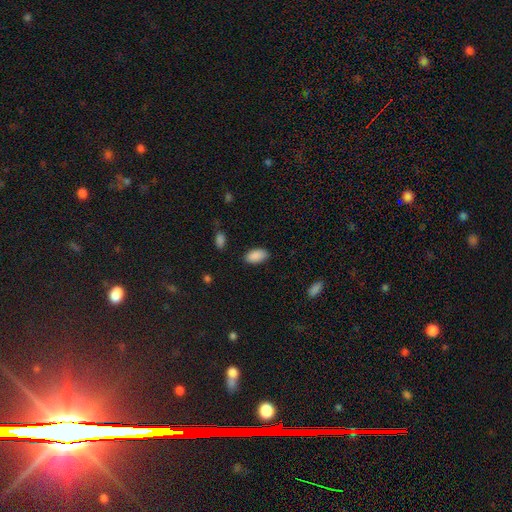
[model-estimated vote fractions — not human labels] Q: Smooth or featured?
A: smooth (90%); runner-up: star or artifact (7%)
Q: How rounded?
A: in between (94%); runner-up: cigar-shaped (3%)
Q: Merging?
A: none (86%); runner-up: minor disturbance (10%)